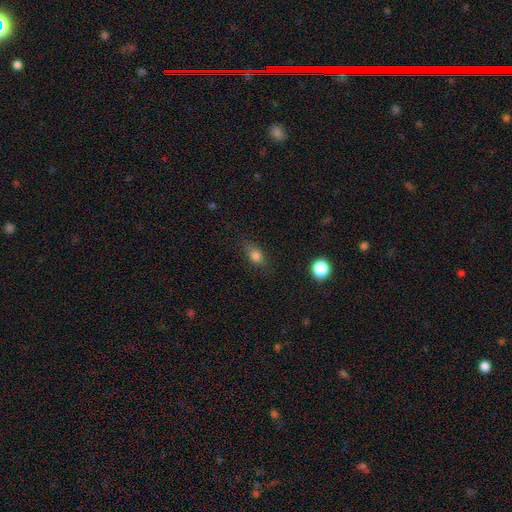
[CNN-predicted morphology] Smooth or featured? smooth (79%)
How rounded? in between (69%)
Merging? none (77%)